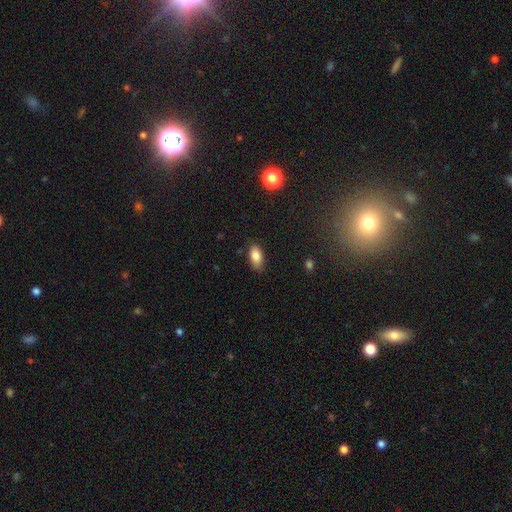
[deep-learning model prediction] smooth 85%, star or artifact 8%, featured or disk 7%. Down the decision tree: how rounded — in between (91%); merging — none (78%).